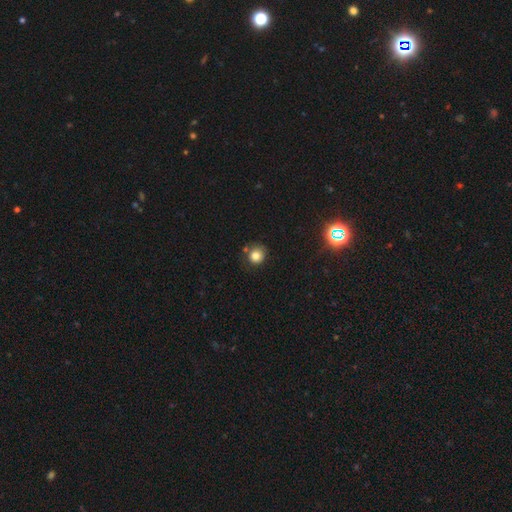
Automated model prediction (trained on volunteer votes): smooth 80%, star or artifact 12%, featured or disk 8%. Down the decision tree: how rounded — round (87%); merging — none (71%).